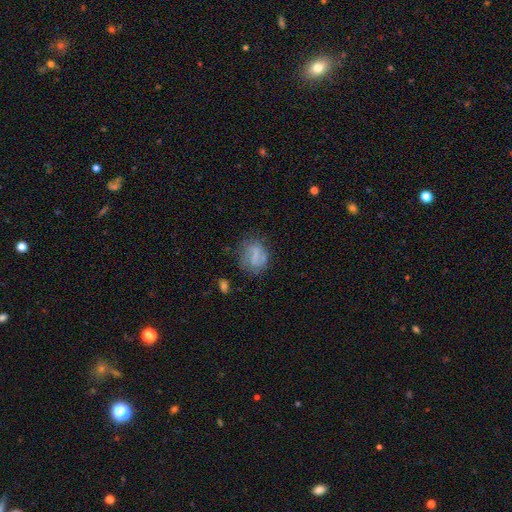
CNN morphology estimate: This appears to be a smooth galaxy with no disk features (54%) that is in between round and cigar-shaped (50%). Merging: none (55%).